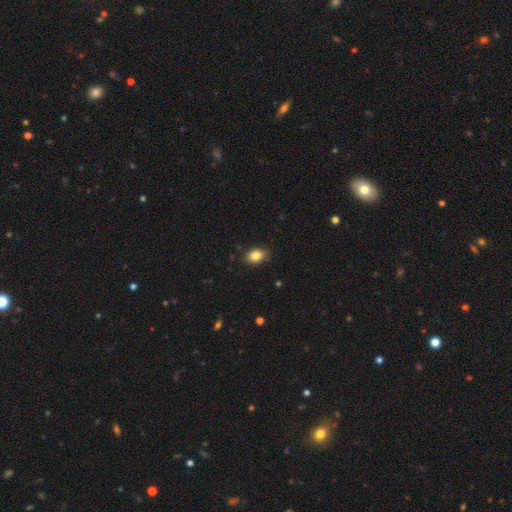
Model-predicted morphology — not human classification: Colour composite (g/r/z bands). It shows a smooth galaxy with no disk features (85%) that is in between round and cigar-shaped (73%). Merging: none (85%).